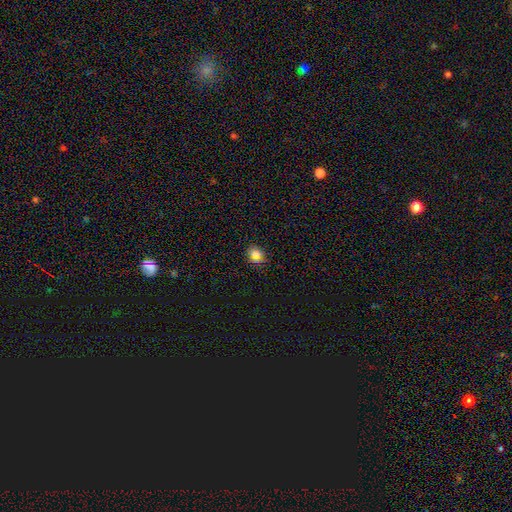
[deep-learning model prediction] Smooth or featured?
  - smooth: 65% *
  - star or artifact: 27%
  - featured or disk: 8%
How rounded?
  - round: 70% *
  - in between: 28%
  - cigar-shaped: 2%
Merging?
  - none: 87% *
  - minor disturbance: 9%
  - major disturbance: 3%
  - merger: 2%